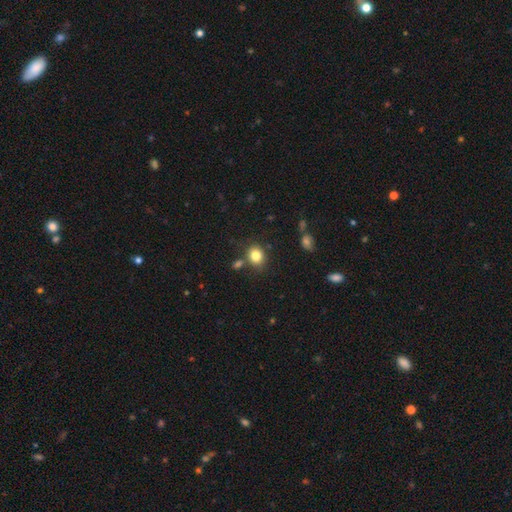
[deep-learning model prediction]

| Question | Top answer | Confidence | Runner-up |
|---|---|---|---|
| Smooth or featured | smooth | 82% | star or artifact (11%) |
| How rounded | round | 61% | in between (38%) |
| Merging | none | 74% | minor disturbance (13%) |